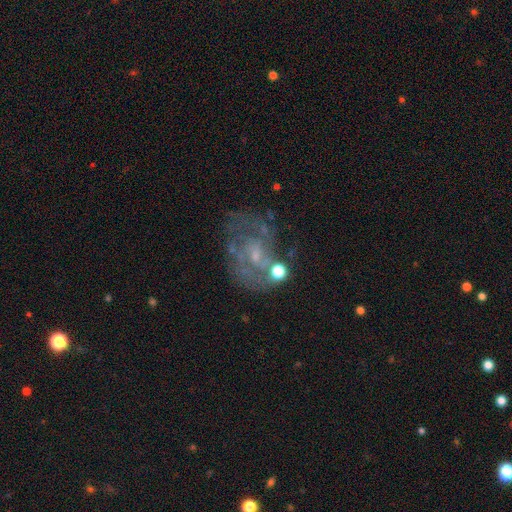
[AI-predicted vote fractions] Smooth or featured: featured or disk — 73% (smooth — 15%)
Edge-on disk: no — 97% (yes — 3%)
Bar: no — 64% (weak — 31%)
Spiral arms: yes — 72% (no — 28%)
Spiral winding: medium — 41% (tight — 40%)
Spiral arm count: 2 — 39% (can't tell — 38%)
Bulge size: small — 59% (none — 19%)
Merging: none — 54% (minor disturbance — 19%)